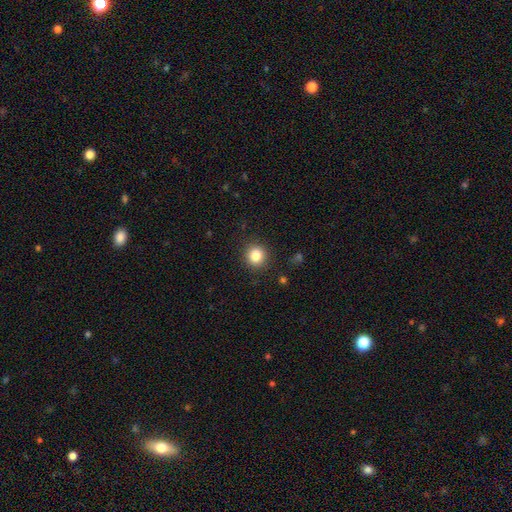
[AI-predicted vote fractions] Q: Smooth or featured?
A: smooth (84%); runner-up: star or artifact (11%)
Q: How rounded?
A: round (90%); runner-up: in between (9%)
Q: Merging?
A: none (90%); runner-up: minor disturbance (6%)